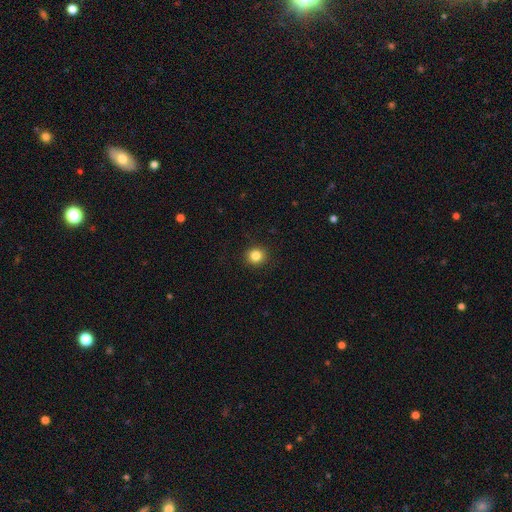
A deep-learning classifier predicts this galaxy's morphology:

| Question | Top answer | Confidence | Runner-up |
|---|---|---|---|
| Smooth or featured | smooth | 84% | star or artifact (11%) |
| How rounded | round | 90% | in between (9%) |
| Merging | none | 92% | minor disturbance (5%) |